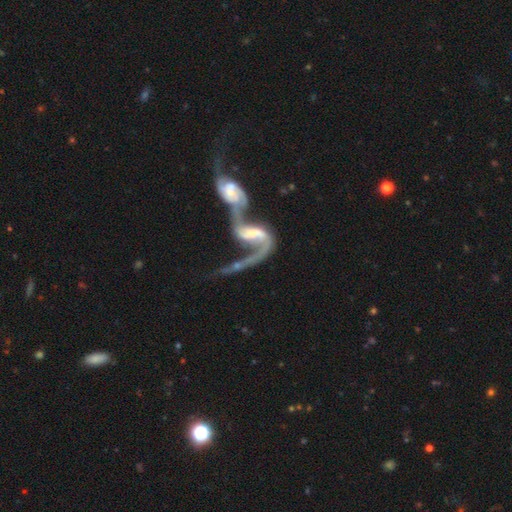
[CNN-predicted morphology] This is clearly a featured or disk galaxy (81%). It is clearly not viewed edge-on (90%). Bar: marginally no (42%). Spiral arm pattern: clearly yes (87%). Spiral arm count: possibly 2 (55%). Spiral winding: likely loose (72%). Central bulge: marginally small (39%). Merging: likely merger (75%).